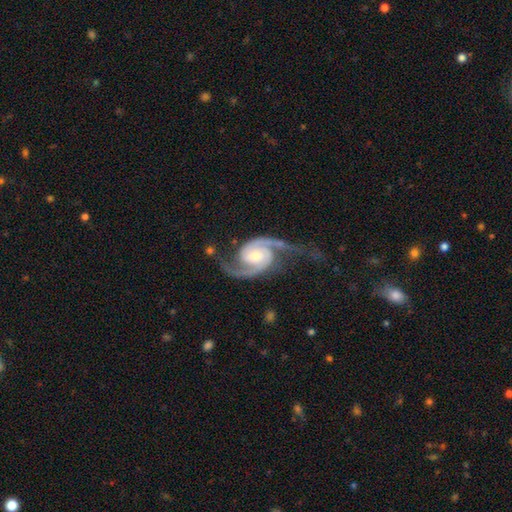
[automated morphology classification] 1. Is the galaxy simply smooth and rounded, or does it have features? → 93% featured or disk, 4% star or artifact, 3% smooth.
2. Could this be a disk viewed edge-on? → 98% no, 2% yes.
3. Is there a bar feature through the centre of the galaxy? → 46% no, 39% weak, 15% strong.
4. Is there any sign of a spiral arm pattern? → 99% yes, 1% no.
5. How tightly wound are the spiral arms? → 56% medium, 25% loose, 19% tight.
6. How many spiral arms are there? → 94% 2, 1% can't tell, 1% 3, 1% 1, 1% 4, 1% more than 4.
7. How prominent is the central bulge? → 49% moderate, 38% small, 7% large, 4% none, 2% dominant.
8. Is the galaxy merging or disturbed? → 66% none, 18% minor disturbance, 13% major disturbance, 3% merger.